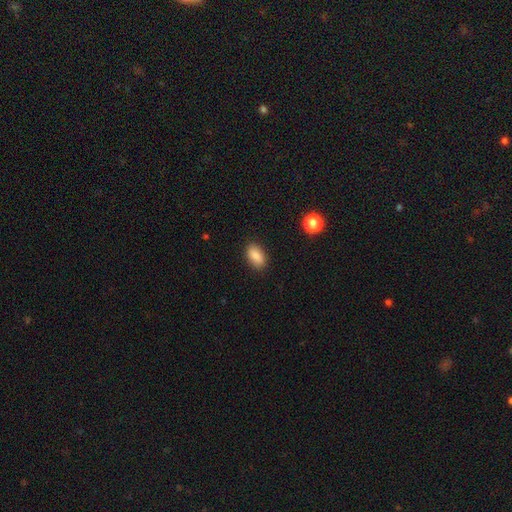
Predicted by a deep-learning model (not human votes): smooth-or-featured: smooth: 87% | star or artifact: 8% | featured or disk: 5%
  how-rounded: in between: 91% | round: 5% | cigar-shaped: 4%
  merging: none: 88% | minor disturbance: 9% | major disturbance: 2% | merger: 1%